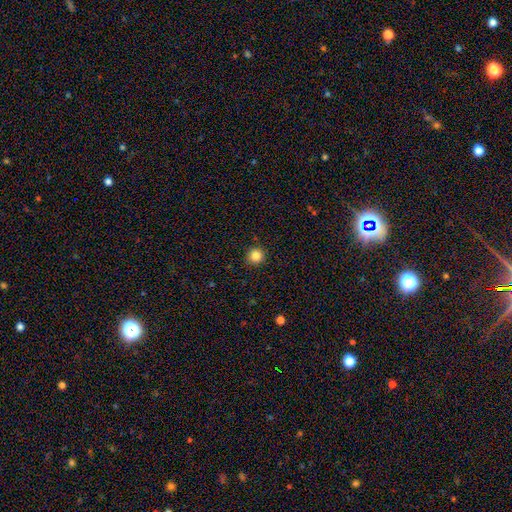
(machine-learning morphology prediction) smooth_or_featured: smooth (p=0.84) [alt: star or artifact p=0.11]
how_rounded: round (p=0.94) [alt: in between p=0.05]
merging: none (p=0.92) [alt: minor disturbance p=0.06]